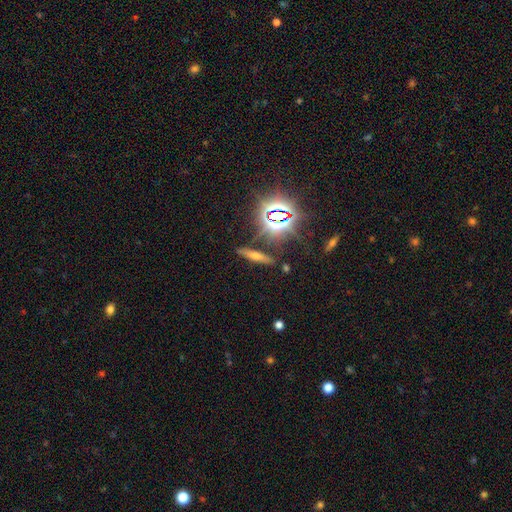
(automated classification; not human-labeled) A smooth galaxy with no disk features (44%). Merging: none (83%).